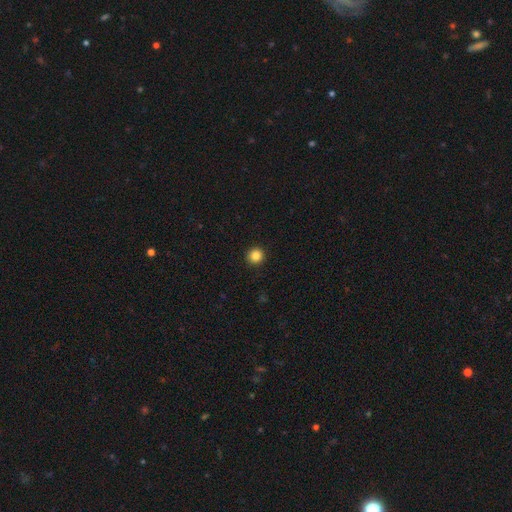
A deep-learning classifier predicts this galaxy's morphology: A smooth galaxy with no disk features (85%) that is round (96%).

Vote fractions:
- Smooth or featured? smooth: 85% / star or artifact: 11% / featured or disk: 4%
- How rounded? round: 96% / in between: 3% / cigar-shaped: 1%
- Merging? none: 94% / minor disturbance: 4% / major disturbance: 1% / merger: 1%